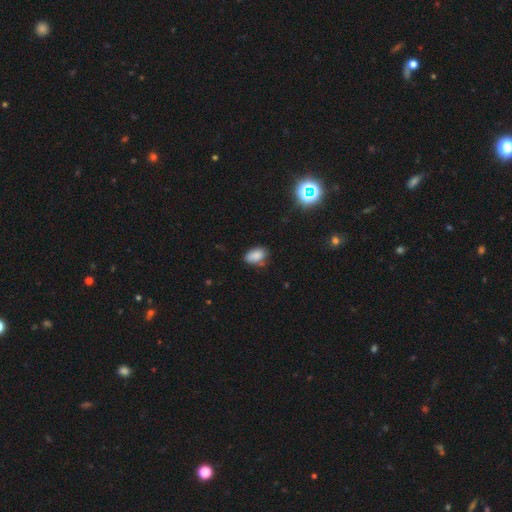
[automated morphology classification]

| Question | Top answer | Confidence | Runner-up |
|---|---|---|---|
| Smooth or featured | smooth | 84% | star or artifact (10%) |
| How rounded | in between | 90% | round (8%) |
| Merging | none | 66% | minor disturbance (26%) |